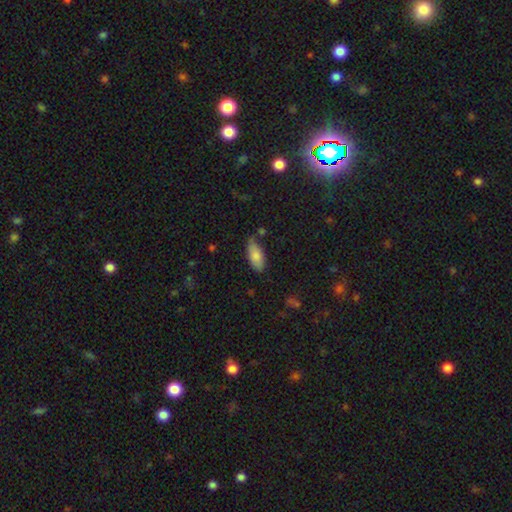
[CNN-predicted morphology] Smooth or featured? Predicted: smooth (p=0.82). How rounded? Predicted: in between (p=0.89). Merging? Predicted: none (p=0.65).